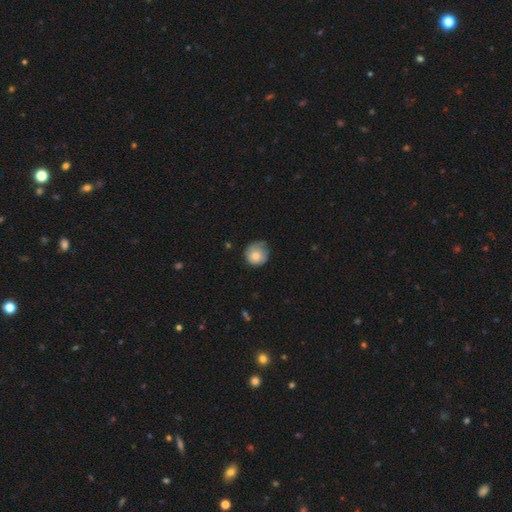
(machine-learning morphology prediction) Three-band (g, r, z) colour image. It shows a smooth galaxy with no disk features (75%) that is round (90%). Merging: none (58%).